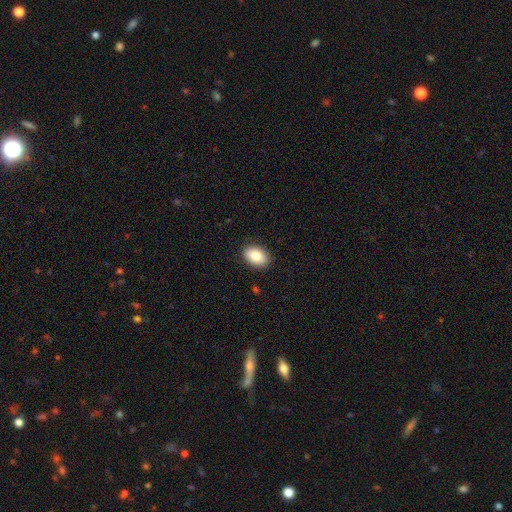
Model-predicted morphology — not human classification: The model was most divided on "how rounded": in between: 86%, round: 13%, cigar-shaped: 1%. More confident: merging — none (89%); smooth or featured — smooth (84%).